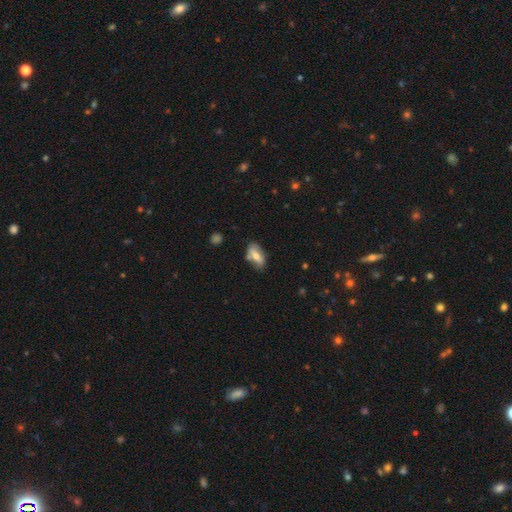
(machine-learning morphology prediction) smooth 56%, featured or disk 36%, star or artifact 7%. Down the decision tree: how rounded — in between (82%); merging — none (69%).